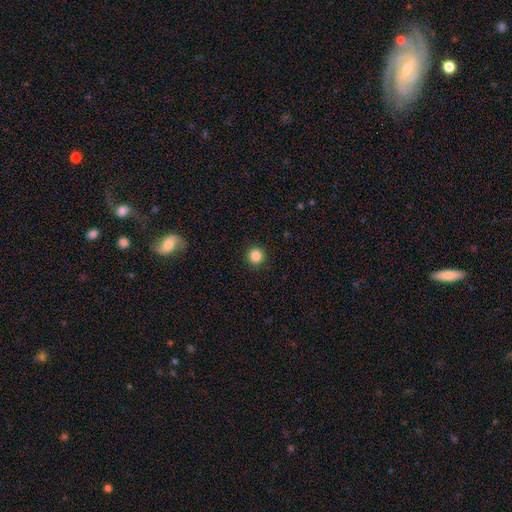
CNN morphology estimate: This appears to be a smooth galaxy with no disk features (85%) that is round (94%). Merging: none (93%).